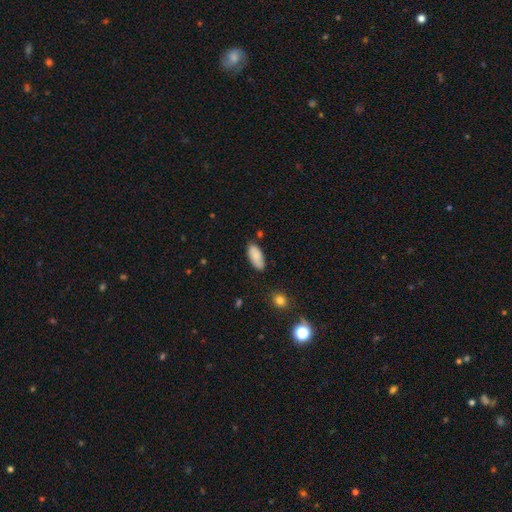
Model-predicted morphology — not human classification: Smooth or featured? smooth (86%)
How rounded? in between (87%)
Merging? none (79%)